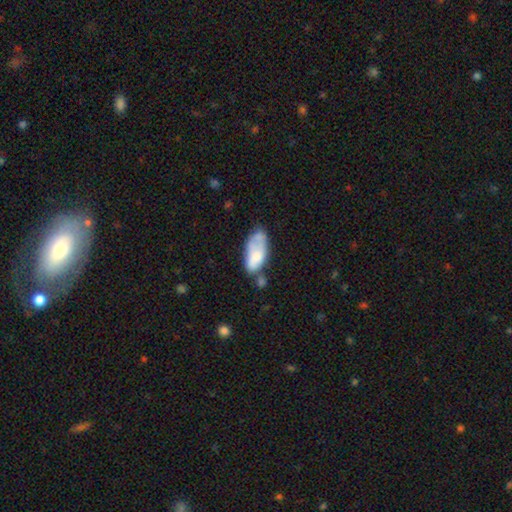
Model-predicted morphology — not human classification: This appears to be a smooth galaxy with no disk features (63%) that is in between round and cigar-shaped (90%). Merging: none (33%).